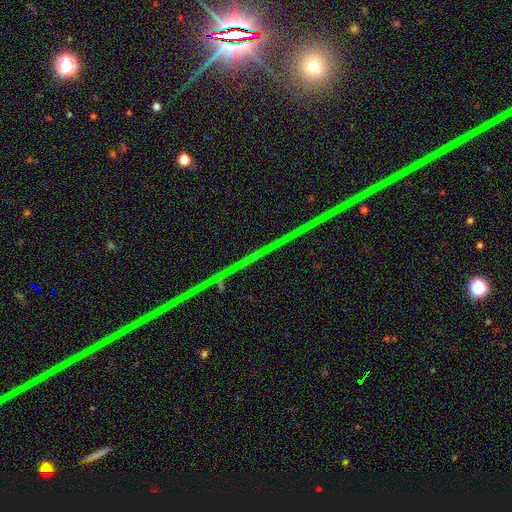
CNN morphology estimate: Overall: star or artifact (87%).